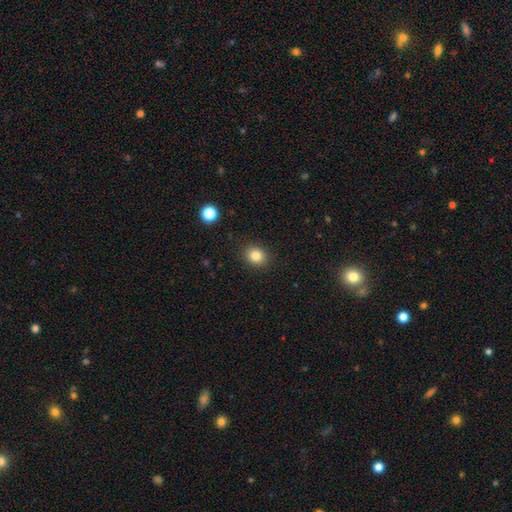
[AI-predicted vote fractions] Q: Smooth or featured?
A: smooth (83%); runner-up: star or artifact (11%)
Q: How rounded?
A: round (70%); runner-up: in between (29%)
Q: Merging?
A: none (90%); runner-up: minor disturbance (7%)